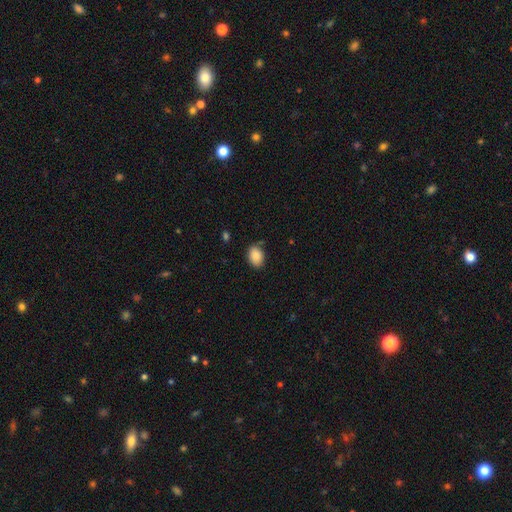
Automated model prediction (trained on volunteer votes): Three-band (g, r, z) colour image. It shows a smooth galaxy with no disk features (87%) that is in between round and cigar-shaped (81%). Merging: none (77%).